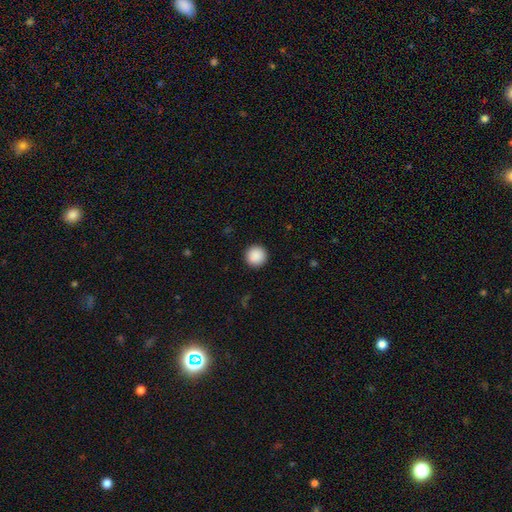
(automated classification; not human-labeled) A smooth galaxy with no disk features (90%) that is round (96%).

Vote fractions:
- Smooth or featured? smooth: 90% / star or artifact: 8% / featured or disk: 2%
- How rounded? round: 96% / in between: 3% / cigar-shaped: 1%
- Merging? none: 93% / minor disturbance: 4% / major disturbance: 2% / merger: 1%